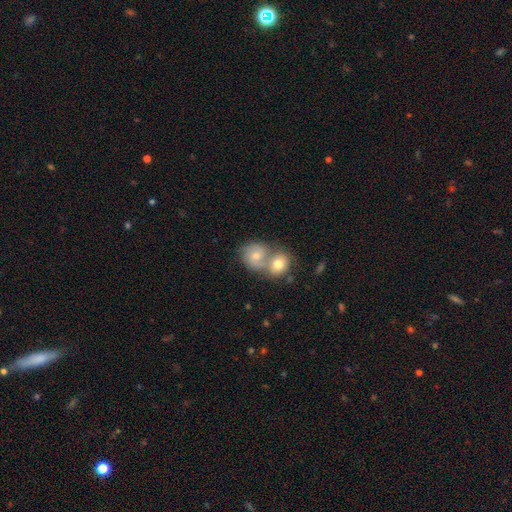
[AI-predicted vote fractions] Overall: smooth (62%; featured or disk 30%). How rounded: round (72%). Merging: merger (66%).